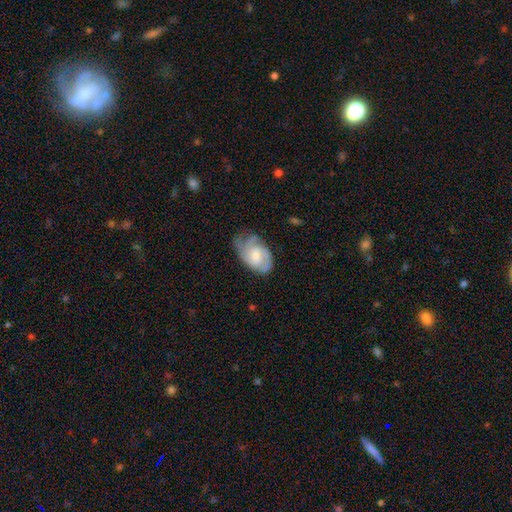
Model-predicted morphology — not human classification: A featured or disk galaxy (66%) with no bar (59%), 2 (32%) tight (47%) spiral arms (90%) and a moderate central bulge (48%).

Vote fractions:
- Smooth or featured? featured or disk: 66% / smooth: 28% / star or artifact: 6%
- Edge-on disk? no: 97% / yes: 3%
- Bar? no: 59% / weak: 36% / strong: 5%
- Spiral arms? yes: 90% / no: 10%
- Spiral winding? tight: 47% / medium: 40% / loose: 12%
- Spiral arm count? 2: 32% / can't tell: 30% / 3: 24% / 1: 6% / 4: 5% / more than 4: 3%
- Bulge size? moderate: 48% / small: 27% / large: 13% / none: 10% / dominant: 2%
- Merging? none: 51% / minor disturbance: 33% / major disturbance: 14% / merger: 2%